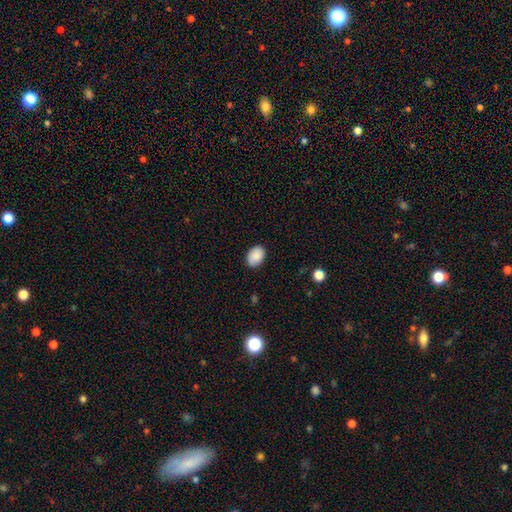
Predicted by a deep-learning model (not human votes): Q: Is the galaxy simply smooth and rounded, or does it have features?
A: smooth — 89%.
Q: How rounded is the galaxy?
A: in between — 79%.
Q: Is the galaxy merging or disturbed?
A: none — 86%.